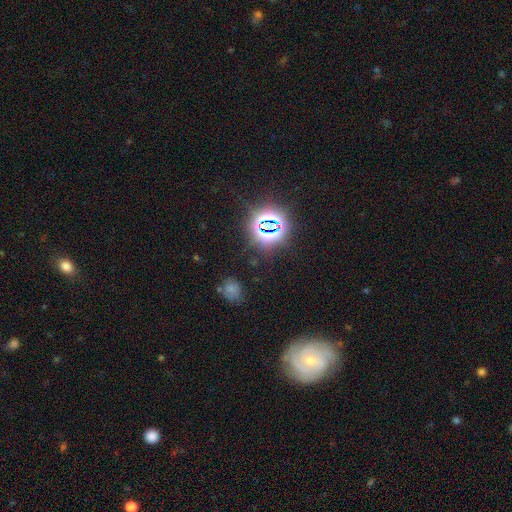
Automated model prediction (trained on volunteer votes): Smooth or featured? star or artifact (70%)